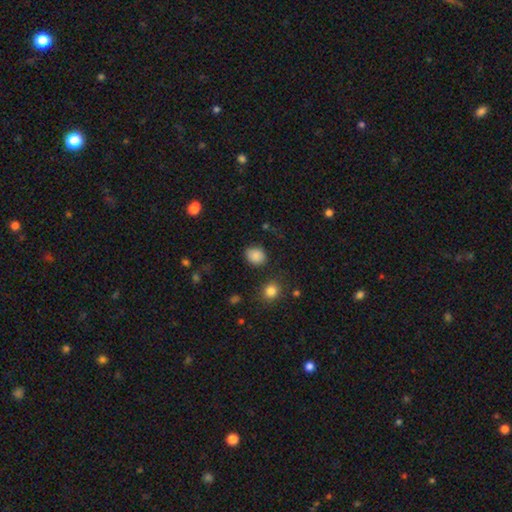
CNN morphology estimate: smooth-or-featured: smooth: 86% | star or artifact: 10% | featured or disk: 4%
  how-rounded: round: 63% | in between: 36% | cigar-shaped: 1%
  merging: none: 82% | minor disturbance: 12% | major disturbance: 4% | merger: 3%